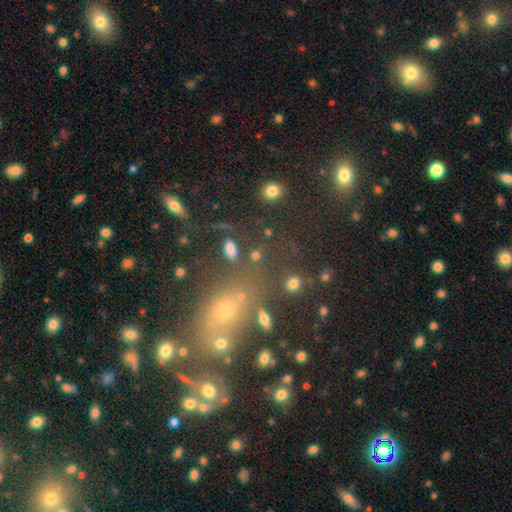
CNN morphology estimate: A smooth galaxy with no disk features (73%) that is in between round and cigar-shaped (59%). Merging: none (72%).